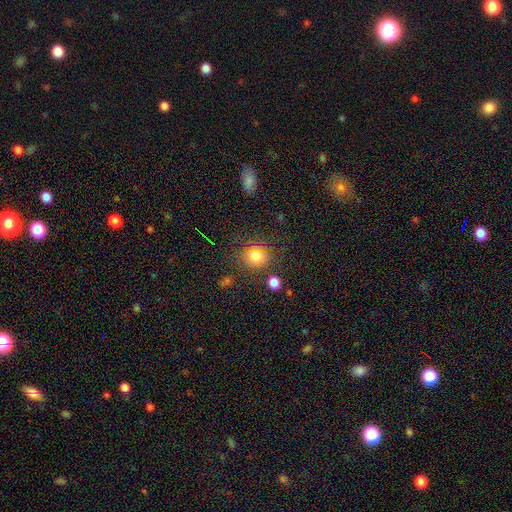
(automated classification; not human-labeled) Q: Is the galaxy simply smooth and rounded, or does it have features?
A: smooth — 67%.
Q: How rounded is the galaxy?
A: round — 84%.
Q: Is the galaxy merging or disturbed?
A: none — 80%.